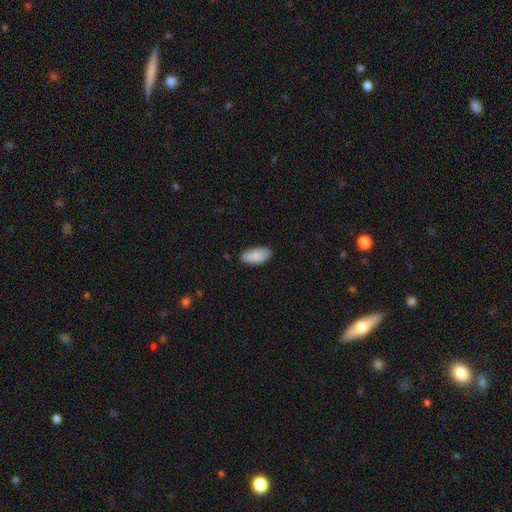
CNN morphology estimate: A smooth galaxy with no disk features (87%) that is in between round and cigar-shaped (93%).

Vote fractions:
- Smooth or featured? smooth: 87% / featured or disk: 6% / star or artifact: 6%
- How rounded? in between: 93% / cigar-shaped: 5% / round: 2%
- Merging? none: 81% / minor disturbance: 15% / major disturbance: 2% / merger: 1%